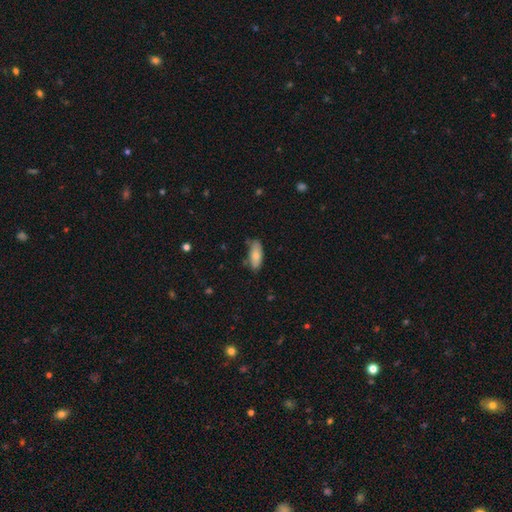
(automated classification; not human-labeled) Q: Smooth or featured?
A: smooth (76%); runner-up: featured or disk (17%)
Q: How rounded?
A: in between (79%); runner-up: cigar-shaped (19%)
Q: Merging?
A: none (67%); runner-up: minor disturbance (26%)